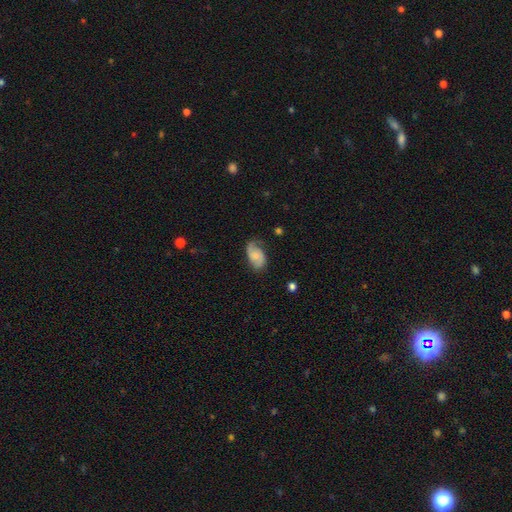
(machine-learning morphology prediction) Smooth or featured: featured or disk — 52% (smooth — 40%)
Edge-on disk: no — 96% (yes — 4%)
Bar: no — 70% (weak — 26%)
Spiral arms: yes — 88% (no — 12%)
Bulge size: small — 52% (moderate — 34%)
Merging: none — 60% (minor disturbance — 28%)